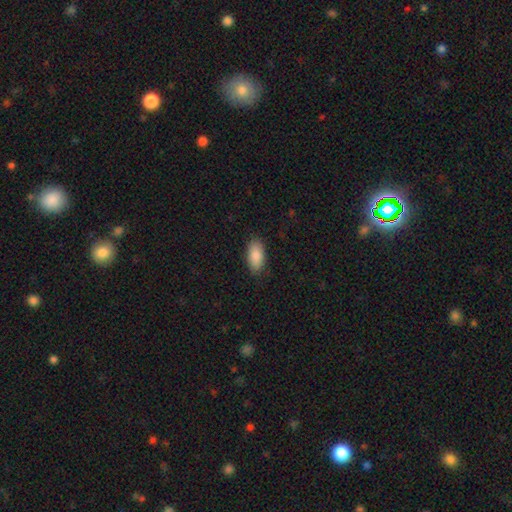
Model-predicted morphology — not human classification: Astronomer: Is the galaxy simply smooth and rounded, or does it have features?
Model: smooth — 87%.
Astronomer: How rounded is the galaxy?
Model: in between — 92%.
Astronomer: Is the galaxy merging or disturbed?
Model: none — 87%.